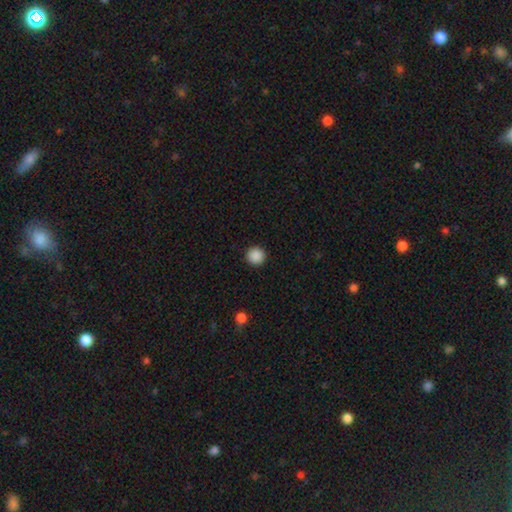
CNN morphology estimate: This appears to be a smooth galaxy with no disk features (89%) that is round (96%). Merging: none (93%).